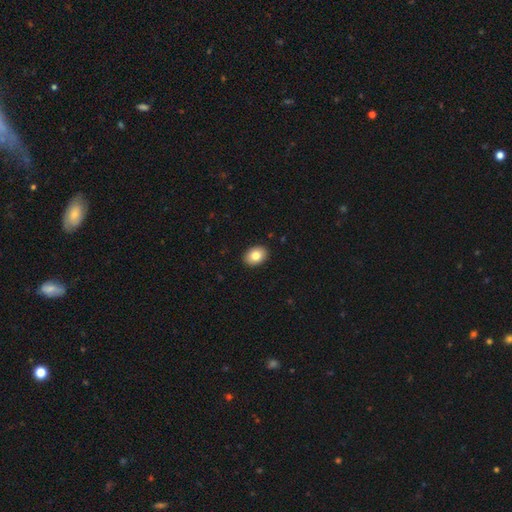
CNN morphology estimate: smooth 82%, featured or disk 10%, star or artifact 8%. Down the decision tree: how rounded — in between (75%); merging — none (91%).